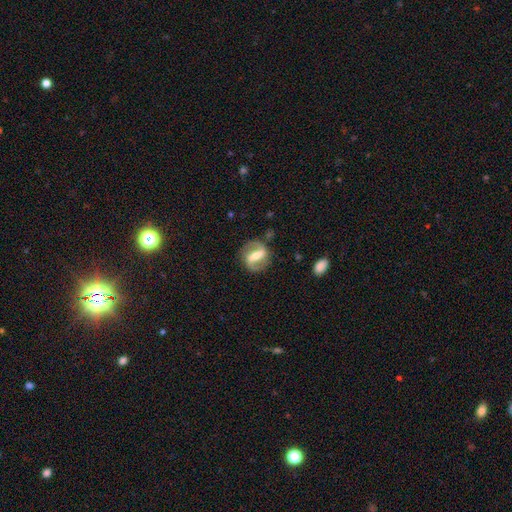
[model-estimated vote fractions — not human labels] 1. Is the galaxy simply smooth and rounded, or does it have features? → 80% featured or disk, 15% smooth, 5% star or artifact.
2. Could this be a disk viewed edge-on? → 95% no, 5% yes.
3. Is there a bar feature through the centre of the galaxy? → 66% strong, 25% weak, 9% no.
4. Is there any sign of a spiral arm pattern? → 86% yes, 14% no.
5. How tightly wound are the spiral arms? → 46% medium, 32% loose, 23% tight.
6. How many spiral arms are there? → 89% 2, 5% can't tell, 3% 1, 1% 3, 1% 4, 1% more than 4.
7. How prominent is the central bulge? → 54% moderate, 32% small, 8% large, 4% none, 2% dominant.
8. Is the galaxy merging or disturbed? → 81% none, 12% minor disturbance, 5% major disturbance, 2% merger.